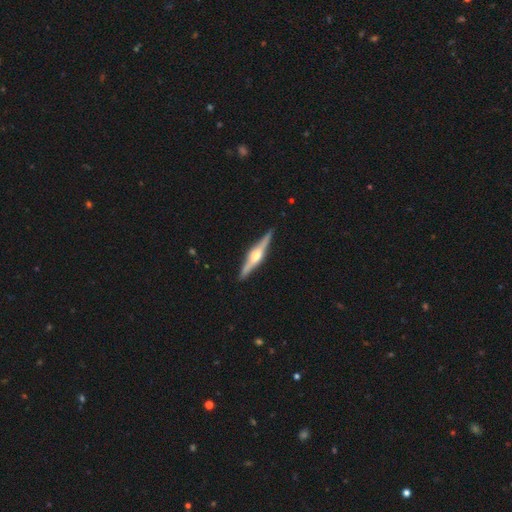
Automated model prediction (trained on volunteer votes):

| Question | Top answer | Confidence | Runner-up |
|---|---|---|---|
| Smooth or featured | featured or disk | 81% | smooth (14%) |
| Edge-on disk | yes | 98% | no (2%) |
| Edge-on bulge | rounded | 92% | boxy (6%) |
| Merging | none | 91% | minor disturbance (7%) |